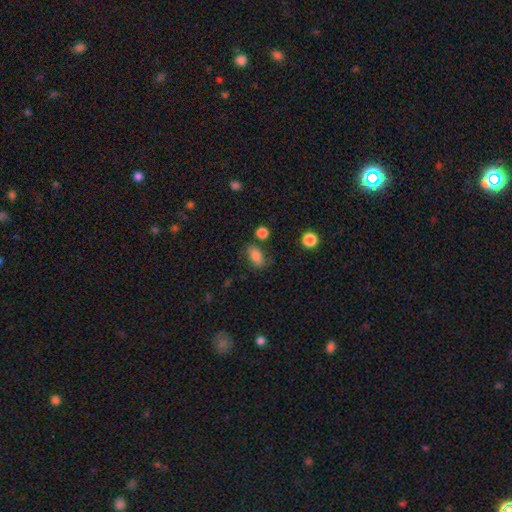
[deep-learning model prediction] This is clearly a smooth galaxy (81%). How rounded: clearly in between (85%). Merging: likely none (72%).